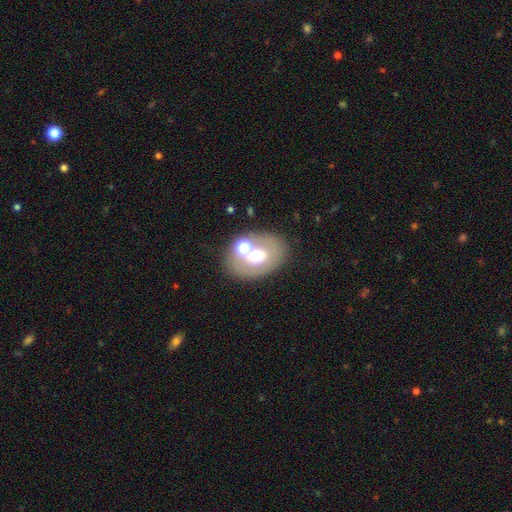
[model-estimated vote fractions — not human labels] smooth_or_featured: smooth (p=0.52) [alt: featured or disk p=0.36]
how_rounded: in between (p=0.62) [alt: round p=0.37]
merging: none (p=0.61) [alt: merger p=0.21]